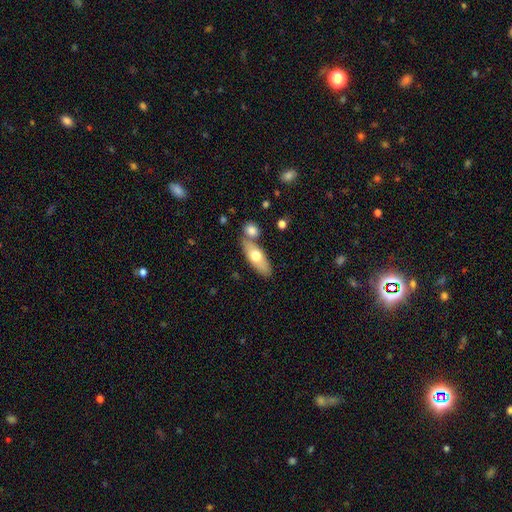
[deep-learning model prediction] Smooth or featured: smooth — 63% (featured or disk — 31%)
How rounded: in between — 66% (cigar-shaped — 31%)
Merging: none — 62% (merger — 22%)